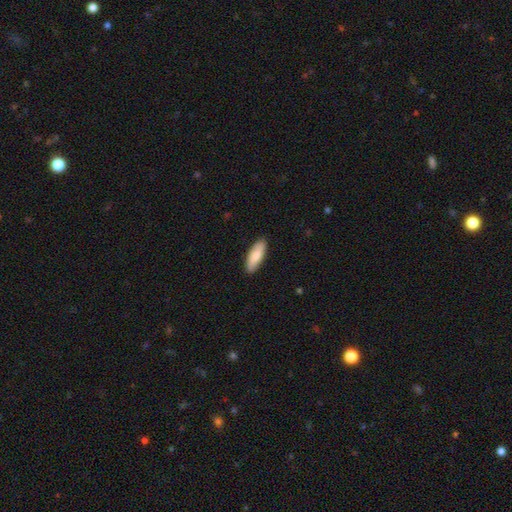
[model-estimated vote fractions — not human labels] smooth_or_featured: smooth (p=0.81) [alt: featured or disk p=0.14]
how_rounded: in between (p=0.63) [alt: cigar-shaped p=0.36]
merging: none (p=0.88) [alt: minor disturbance p=0.09]